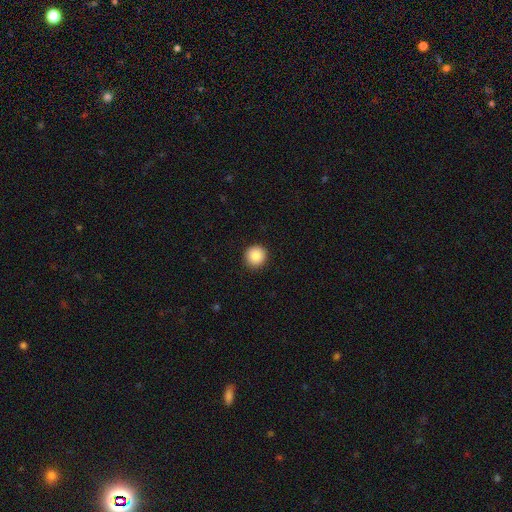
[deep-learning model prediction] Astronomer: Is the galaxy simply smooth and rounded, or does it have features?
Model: smooth — 88%.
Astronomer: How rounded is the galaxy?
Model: round — 95%.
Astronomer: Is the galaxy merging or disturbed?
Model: none — 92%.